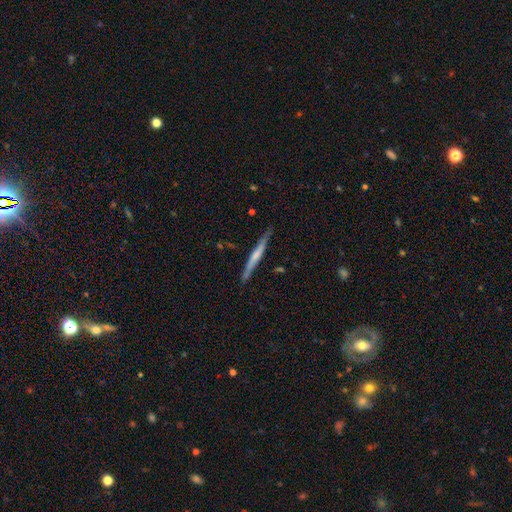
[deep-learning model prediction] A featured or disk galaxy (58%) viewed edge-on (96%) with no central bulge (44%). Merging: none (85%).